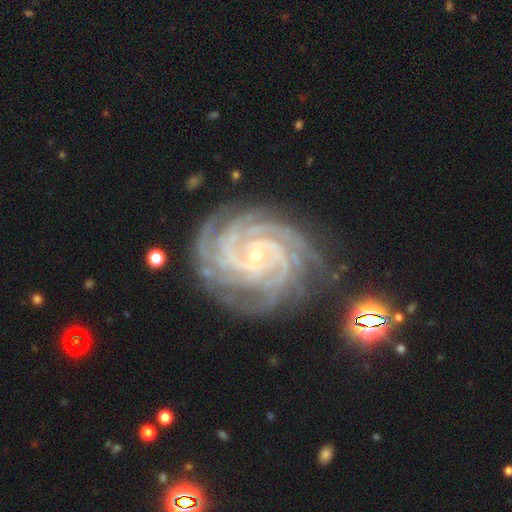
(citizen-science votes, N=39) Smooth or featured? 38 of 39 (97%) said featured or disk. Edge-on disk? 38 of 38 (100%) said no. Bar? 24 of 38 (63%) said no. Spiral arms? 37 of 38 (97%) said yes. Spiral winding? 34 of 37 (92%) said tight. Spiral arm count? 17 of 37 (46%) said more than 4. Bulge size? 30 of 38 (79%) said small. Merging? 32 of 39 (82%) said none.